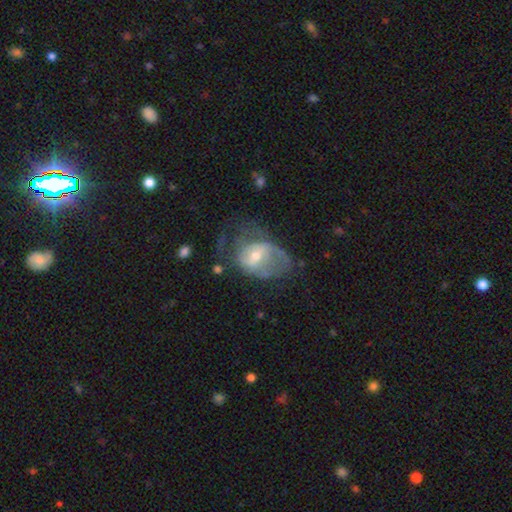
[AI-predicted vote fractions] Morphology: type=featured or disk (66%); edge-on=no (96%); bar=no (47%); spiral arms=yes (68%); bulge=small (47%, tied with moderate); merging=major disturbance (40%).